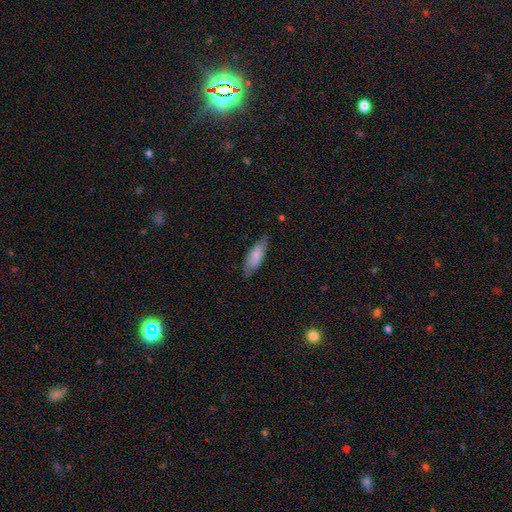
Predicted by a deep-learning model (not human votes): The model was most divided on "how rounded": in between: 65%, cigar-shaped: 33%, round: 2%. More confident: merging — none (77%); smooth or featured — smooth (75%).